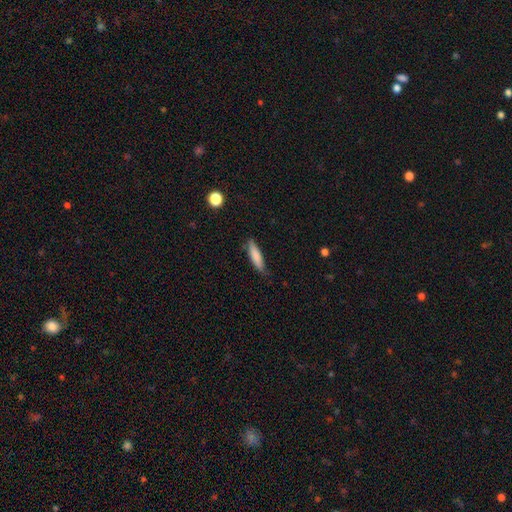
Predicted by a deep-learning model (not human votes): Smooth or featured: smooth — 80% (featured or disk — 13%)
How rounded: cigar-shaped — 71% (in between — 27%)
Merging: none — 75% (minor disturbance — 20%)